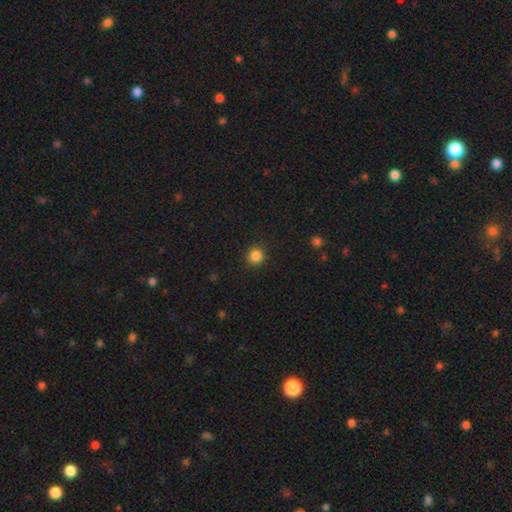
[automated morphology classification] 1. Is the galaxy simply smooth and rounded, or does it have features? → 85% smooth, 11% star or artifact, 3% featured or disk.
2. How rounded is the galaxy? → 93% round, 6% in between, 1% cigar-shaped.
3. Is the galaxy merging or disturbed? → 91% none, 6% minor disturbance, 2% major disturbance, 1% merger.